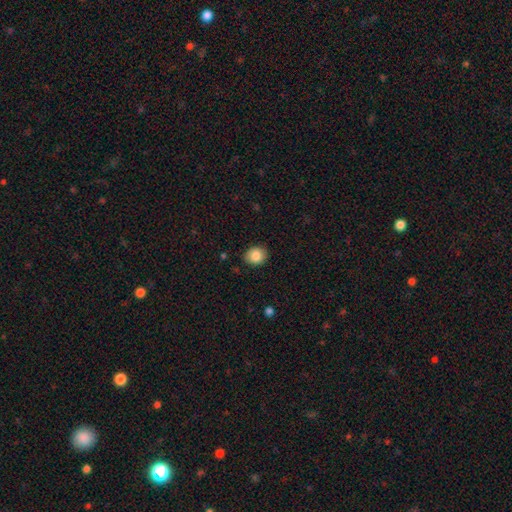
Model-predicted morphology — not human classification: type=smooth (85%); roundness=round (67%); merging=none (86%).